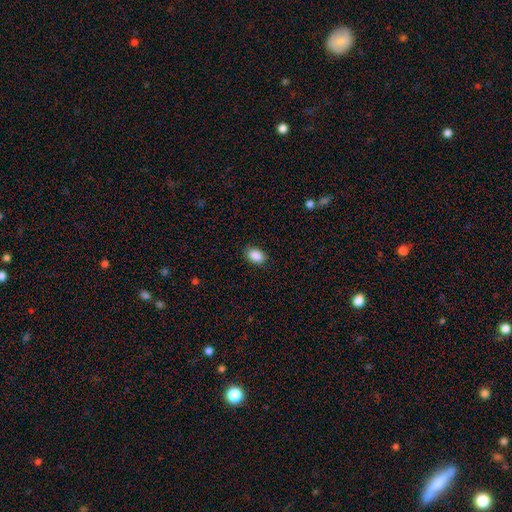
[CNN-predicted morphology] Smooth or featured? smooth (90%)
How rounded? in between (88%)
Merging? none (86%)